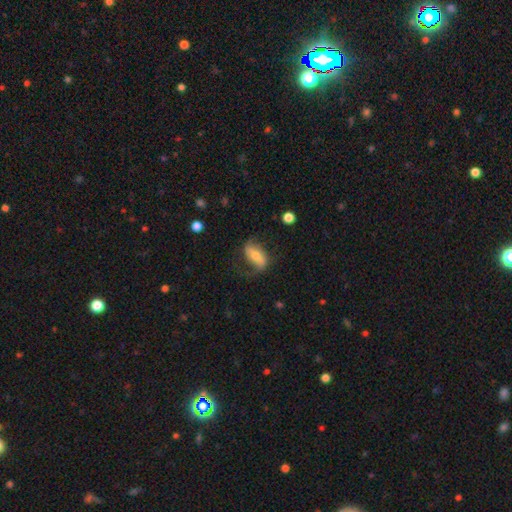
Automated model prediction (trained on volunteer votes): Smooth or featured? featured or disk (51%)
Edge-on disk? no (88%)
Merging? none (56%)